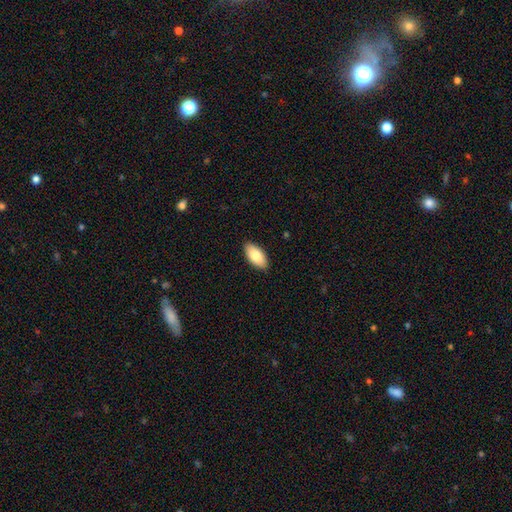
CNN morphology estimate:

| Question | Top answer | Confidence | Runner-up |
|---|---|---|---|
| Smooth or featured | smooth | 84% | featured or disk (10%) |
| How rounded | in between | 93% | cigar-shaped (5%) |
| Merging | none | 90% | minor disturbance (8%) |